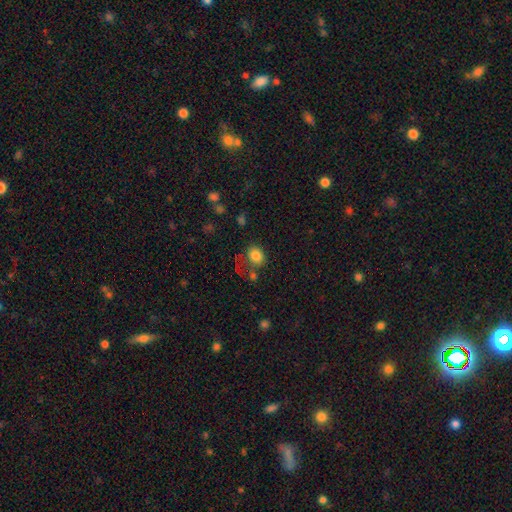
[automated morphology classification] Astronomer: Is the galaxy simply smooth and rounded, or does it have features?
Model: smooth — 81%.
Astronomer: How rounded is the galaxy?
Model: round — 53% (runner-up: in between, 46%).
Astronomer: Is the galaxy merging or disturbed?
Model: none — 49%.